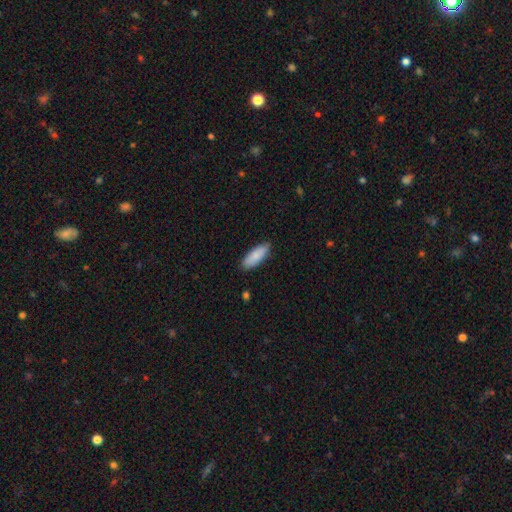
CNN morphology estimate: smooth 88%, featured or disk 7%, star or artifact 5%. Down the decision tree: how rounded — in between (66%); merging — none (87%).